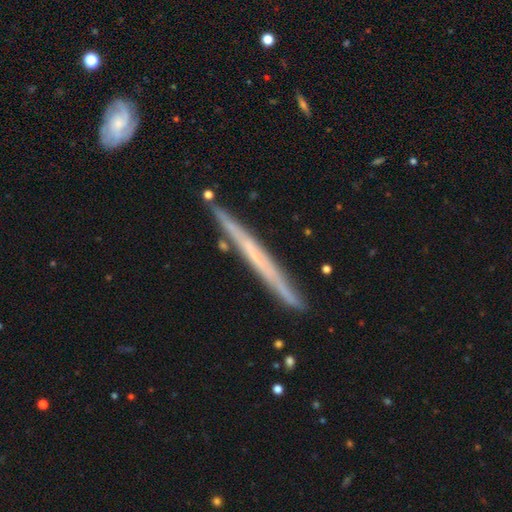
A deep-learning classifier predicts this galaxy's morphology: featured or disk 63%, smooth 31%, star or artifact 6%. Down the decision tree: edge-on disk — yes (96%); edge-on bulge — none (88%); merging — none (87%).